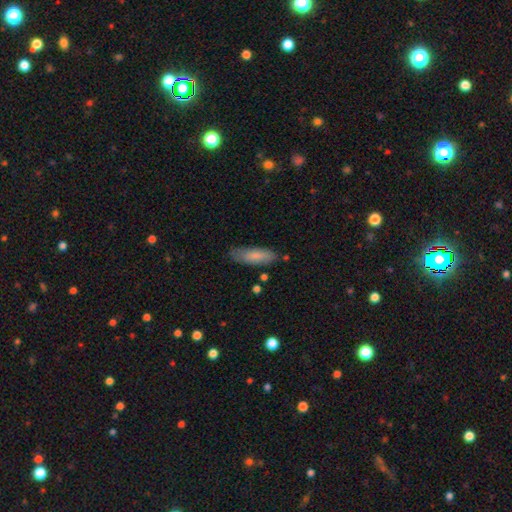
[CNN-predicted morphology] smooth_or_featured: smooth (p=0.80) [alt: featured or disk p=0.14]
how_rounded: in between (p=0.55) [alt: cigar-shaped p=0.44]
merging: none (p=0.76) [alt: minor disturbance p=0.18]